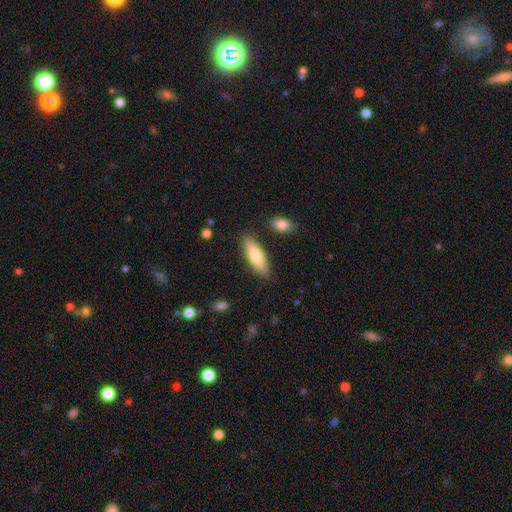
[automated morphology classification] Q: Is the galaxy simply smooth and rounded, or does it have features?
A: smooth — 74%.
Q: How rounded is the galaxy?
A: in between — 53%.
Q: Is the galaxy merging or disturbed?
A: none — 84%.